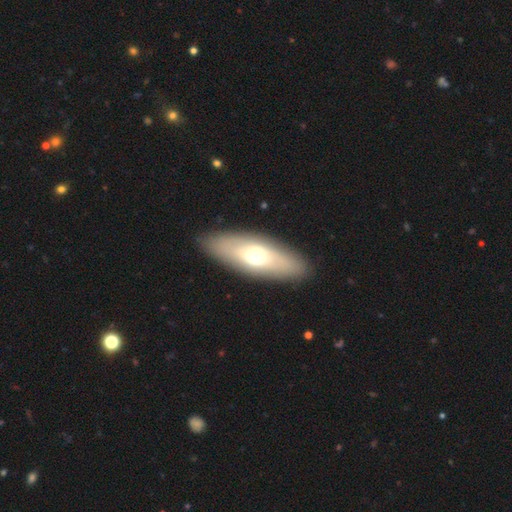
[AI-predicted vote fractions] This is possibly a smooth galaxy (58%). How rounded: likely in between (67%). Merging: clearly none (88%).